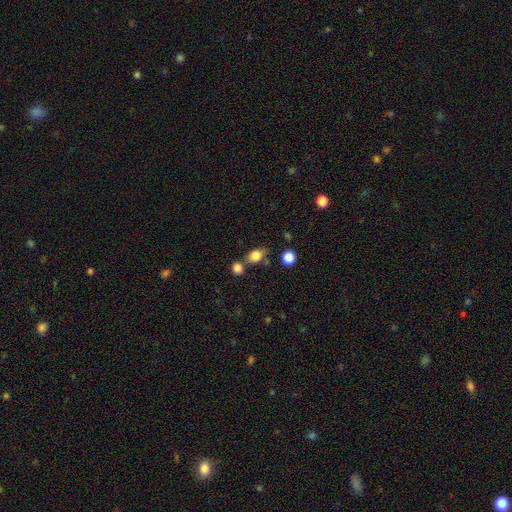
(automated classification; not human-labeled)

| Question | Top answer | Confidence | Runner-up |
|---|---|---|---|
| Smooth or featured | smooth | 82% | star or artifact (11%) |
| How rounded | in between | 55% | round (42%) |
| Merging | none | 61% | merger (18%) |